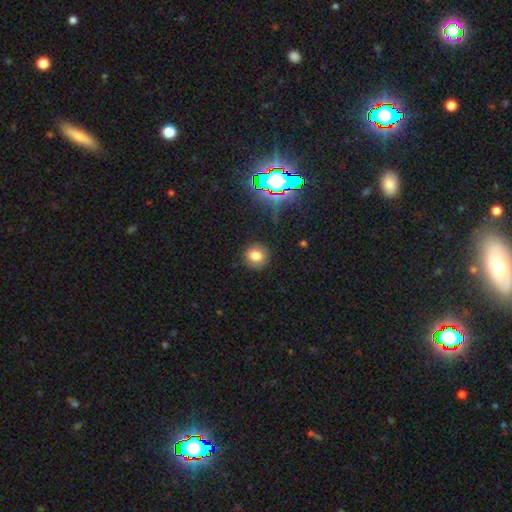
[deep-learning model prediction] smooth 77%, star or artifact 15%, featured or disk 8%. Down the decision tree: how rounded — round (91%); merging — none (90%).